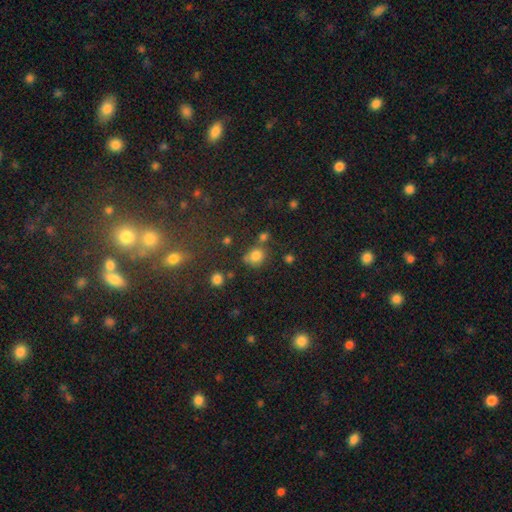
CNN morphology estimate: A smooth galaxy with no disk features (78%) that is round (71%).

Vote fractions:
- Smooth or featured? smooth: 78% / star or artifact: 15% / featured or disk: 7%
- How rounded? round: 71% / in between: 28% / cigar-shaped: 1%
- Merging? none: 59% / minor disturbance: 17% / merger: 17% / major disturbance: 6%